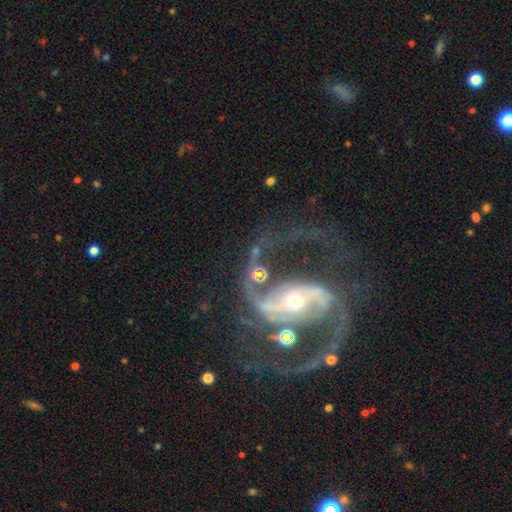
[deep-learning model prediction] A featured or disk galaxy (92%) with a strong bar (57%), 2 (93%) medium (63%) spiral arms (98%) and a small central bulge (51%). Merging: none (69%).